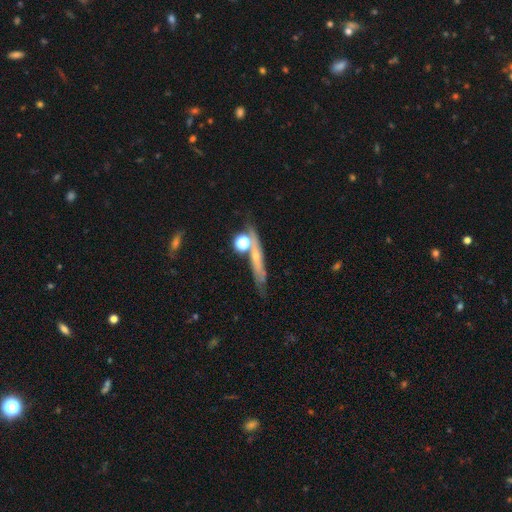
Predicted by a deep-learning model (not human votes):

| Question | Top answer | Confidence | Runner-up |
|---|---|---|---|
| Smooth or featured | featured or disk | 47% | smooth (37%) |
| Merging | none | 67% | minor disturbance (15%) |